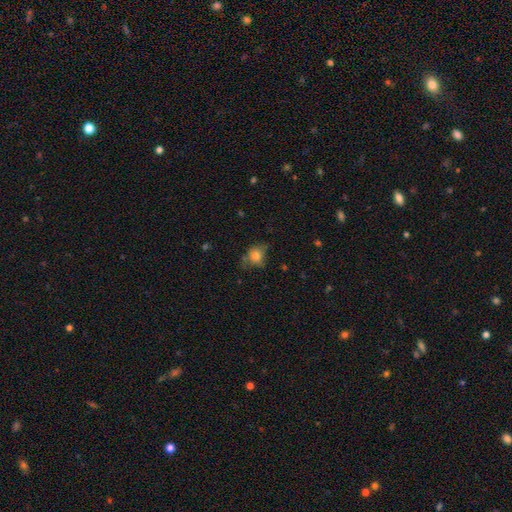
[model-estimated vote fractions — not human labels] Smooth or featured: smooth — 75% (featured or disk — 14%)
How rounded: round — 61% (in between — 38%)
Merging: none — 55% (minor disturbance — 29%)